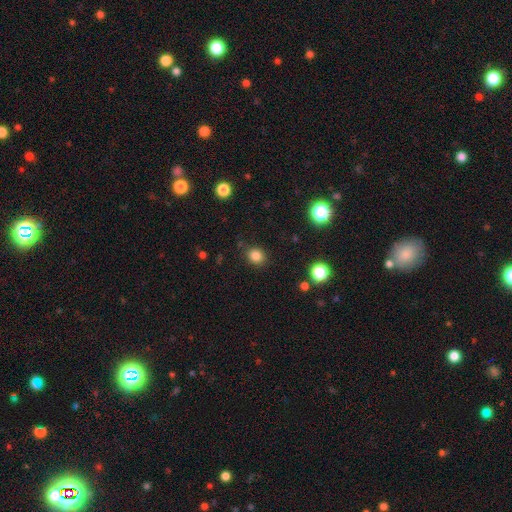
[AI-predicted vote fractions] A smooth galaxy with no disk features (82%) that is round (72%). Merging: none (86%).